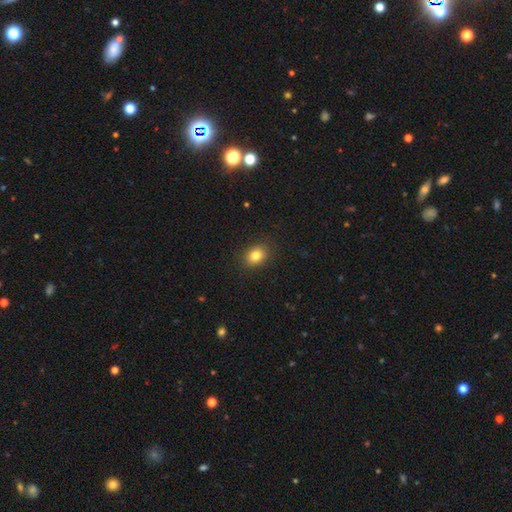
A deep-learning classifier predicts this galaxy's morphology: Overall: smooth (82%). How rounded: in between (54%; round 45%). Merging: none (89%).